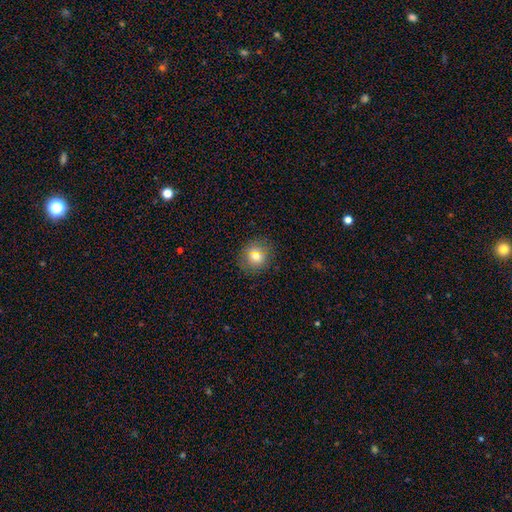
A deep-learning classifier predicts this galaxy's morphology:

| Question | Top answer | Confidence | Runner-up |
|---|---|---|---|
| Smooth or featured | smooth | 77% | star or artifact (11%) |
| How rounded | round | 85% | in between (14%) |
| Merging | none | 87% | minor disturbance (9%) |